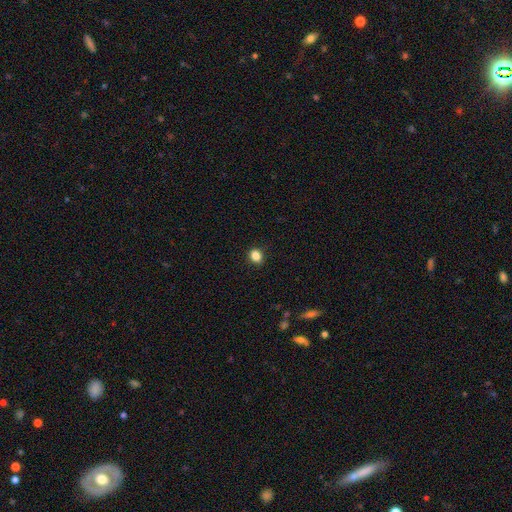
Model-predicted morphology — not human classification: Smooth or featured: smooth — 85% (star or artifact — 11%)
How rounded: round — 56% (in between — 43%)
Merging: none — 90% (minor disturbance — 7%)